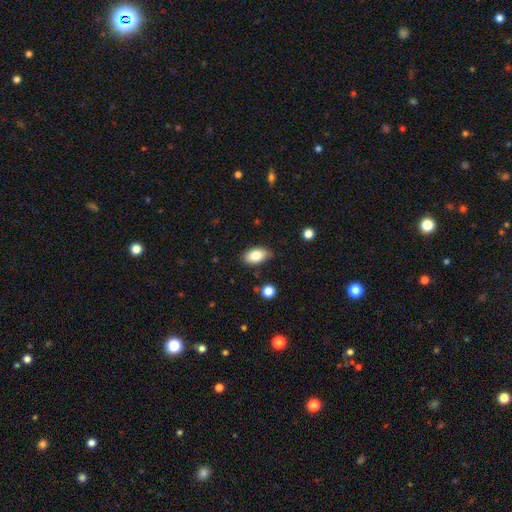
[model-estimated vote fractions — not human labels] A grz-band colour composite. It shows a smooth galaxy with no disk features (83%) that is in between round and cigar-shaped (91%). Merging: none (80%).